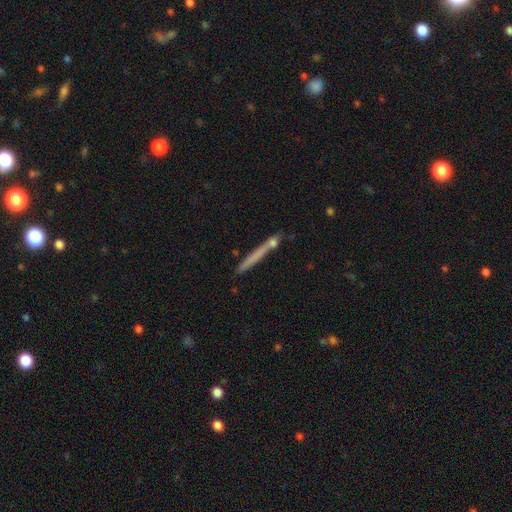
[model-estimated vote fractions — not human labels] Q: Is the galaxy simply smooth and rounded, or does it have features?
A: smooth — 56%.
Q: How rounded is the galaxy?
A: cigar-shaped — 96%.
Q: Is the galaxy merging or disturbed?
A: none — 78%.